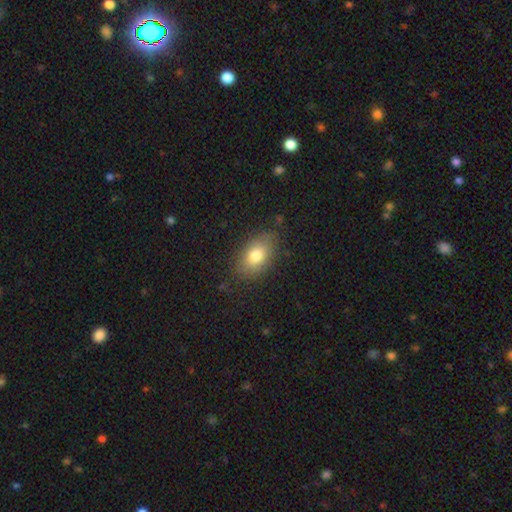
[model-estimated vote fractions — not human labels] This is likely a smooth galaxy (79%). How rounded: clearly in between (88%). Merging: clearly none (80%).